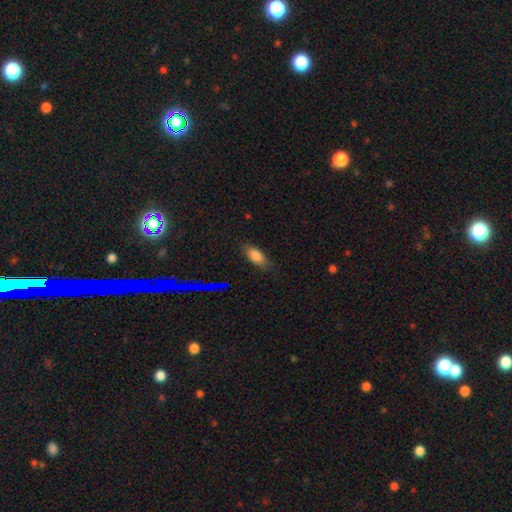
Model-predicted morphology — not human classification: This appears to be a smooth galaxy with no disk features (81%) that is in between round and cigar-shaped (82%). Merging: none (79%).